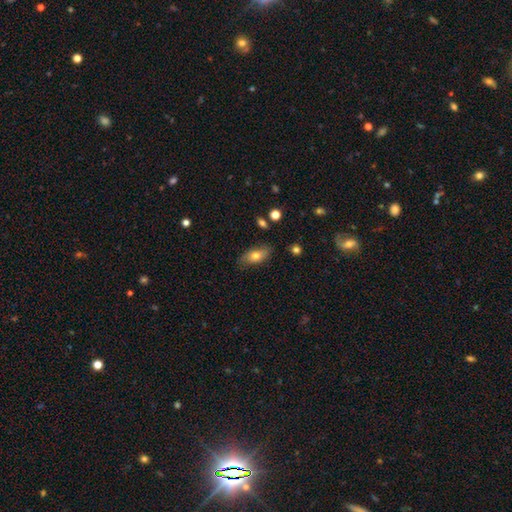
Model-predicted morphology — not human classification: A smooth galaxy with no disk features (70%) that is in between round and cigar-shaped (86%). Merging: none (77%).